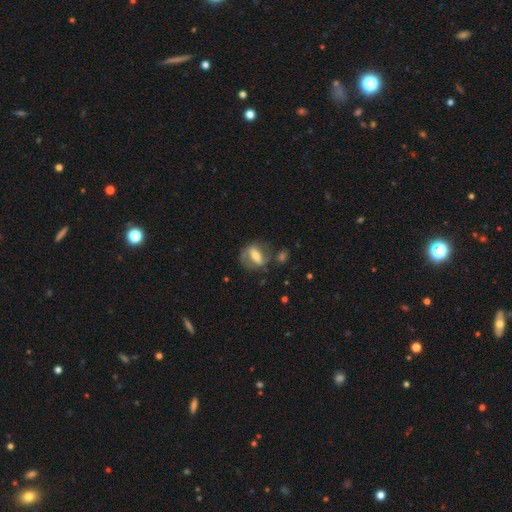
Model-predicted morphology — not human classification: The model was most divided on "bulge size": moderate: 53%, small: 32%, large: 10%, none: 4%, dominant: 2%. More confident: edge-on disk — no (88%); spiral arms — yes (60%); smooth or featured — featured or disk (57%); merging — none (56%); bar — strong (54%).